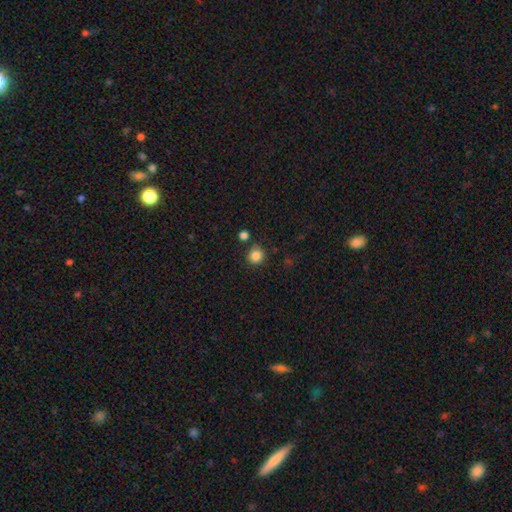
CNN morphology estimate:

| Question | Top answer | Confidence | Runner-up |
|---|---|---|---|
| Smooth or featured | smooth | 85% | star or artifact (11%) |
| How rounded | round | 92% | in between (7%) |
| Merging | none | 83% | minor disturbance (8%) |